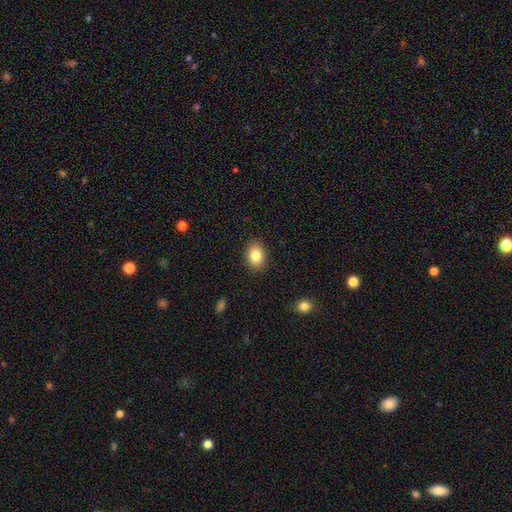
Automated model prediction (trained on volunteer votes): This is clearly a smooth galaxy (84%). How rounded: likely in between (68%). Merging: clearly none (88%).